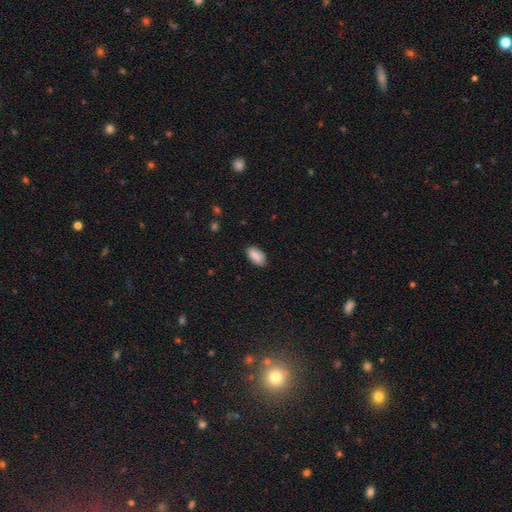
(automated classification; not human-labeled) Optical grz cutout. It shows a smooth galaxy with no disk features (87%) that is in between round and cigar-shaped (94%). Merging: none (84%).